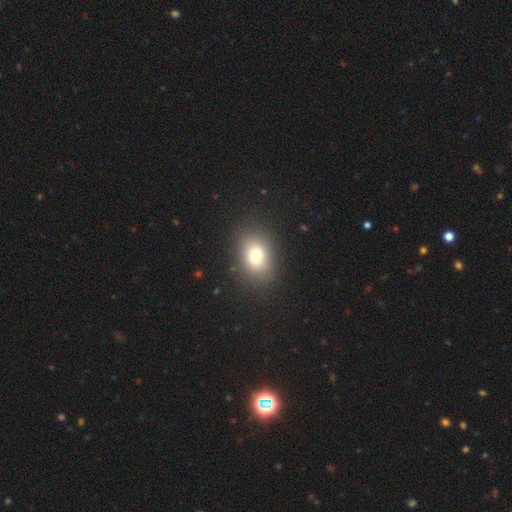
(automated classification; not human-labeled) Smooth or featured?
  - smooth: 74% *
  - star or artifact: 14%
  - featured or disk: 12%
How rounded?
  - in between: 57% *
  - round: 42%
  - cigar-shaped: 1%
Merging?
  - none: 86% *
  - minor disturbance: 9%
  - major disturbance: 4%
  - merger: 1%